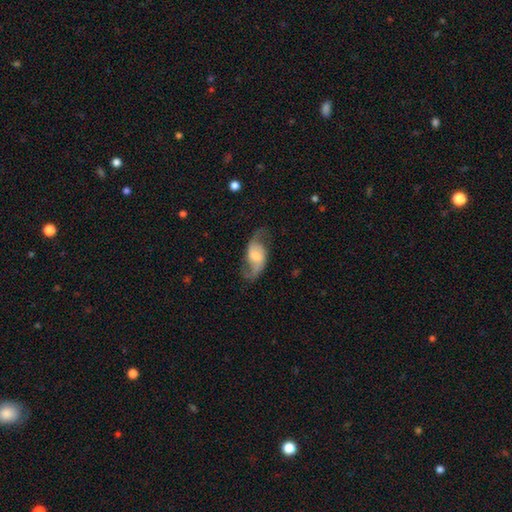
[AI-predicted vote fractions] Smooth or featured? Predicted: featured or disk (p=0.79). Edge-on disk? Predicted: no (p=0.96). Bar? Predicted: weak (p=0.51). Spiral arms? Predicted: yes (p=0.94). Spiral winding? Predicted: loose (p=0.57). Spiral arm count? Predicted: 2 (p=0.91). Bulge size? Predicted: moderate (p=0.36). Merging? Predicted: none (p=0.70).